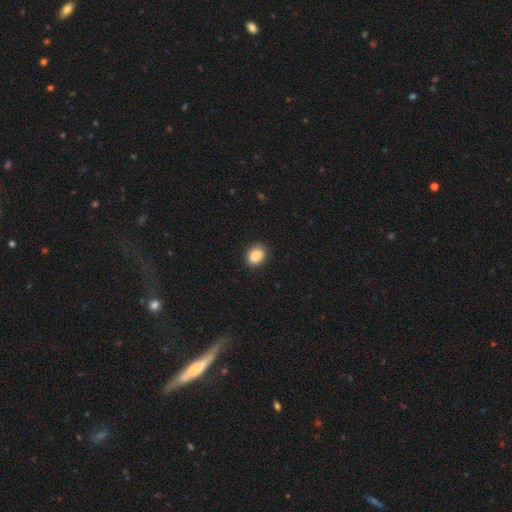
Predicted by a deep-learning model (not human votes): This appears to be a smooth galaxy with no disk features (86%) that is in between round and cigar-shaped (59%). Merging: none (87%).